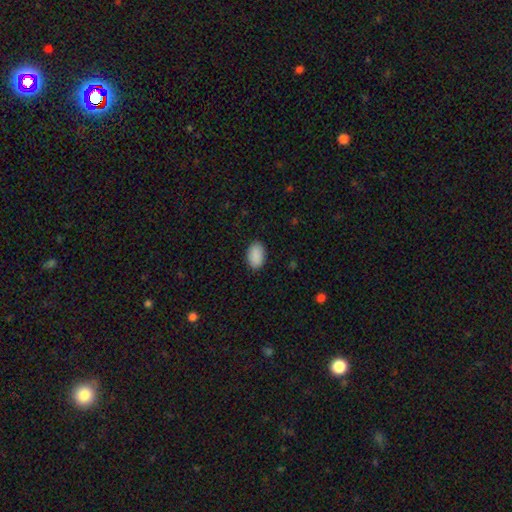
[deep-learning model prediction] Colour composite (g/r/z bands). It shows a smooth galaxy with no disk features (91%) that is in between round and cigar-shaped (93%). Merging: none (89%).